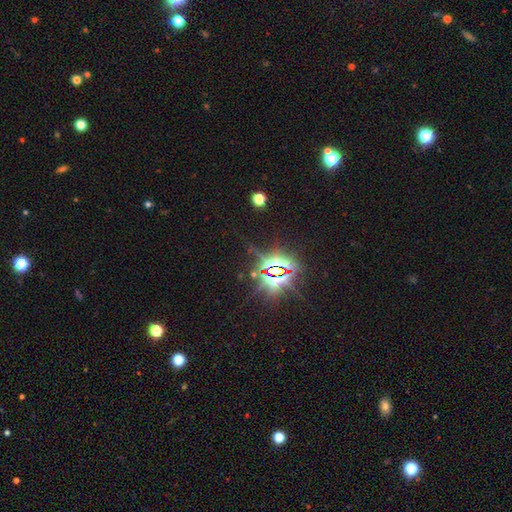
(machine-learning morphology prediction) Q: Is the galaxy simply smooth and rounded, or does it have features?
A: star or artifact — 83%.